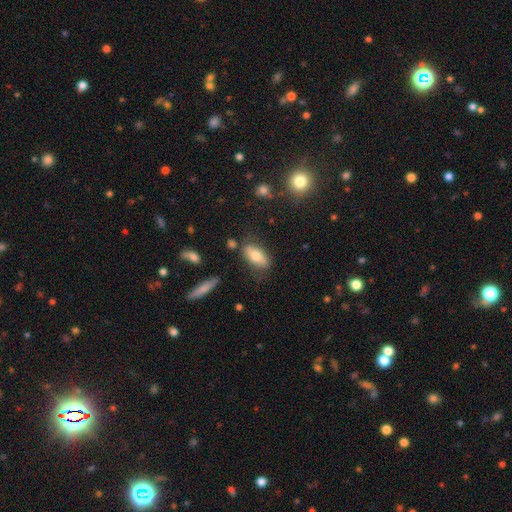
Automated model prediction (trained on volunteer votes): Smooth or featured? Predicted: smooth (p=0.72). How rounded? Predicted: in between (p=0.86). Merging? Predicted: none (p=0.75).